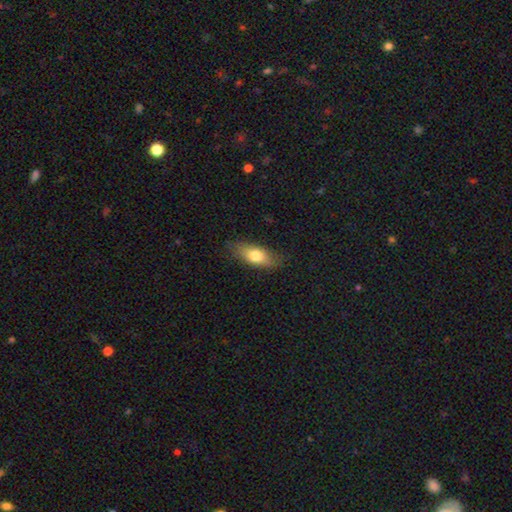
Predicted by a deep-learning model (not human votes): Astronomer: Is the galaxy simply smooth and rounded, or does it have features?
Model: smooth — 72%.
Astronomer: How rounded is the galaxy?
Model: in between — 77%.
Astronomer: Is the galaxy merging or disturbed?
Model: none — 79%.